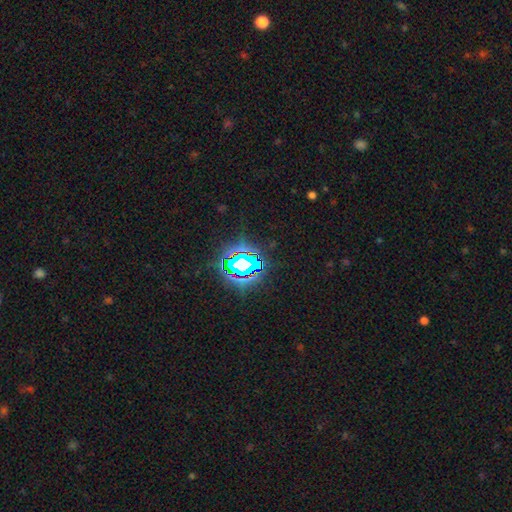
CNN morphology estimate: This is clearly a star or artifact rather than a galaxy (81%).